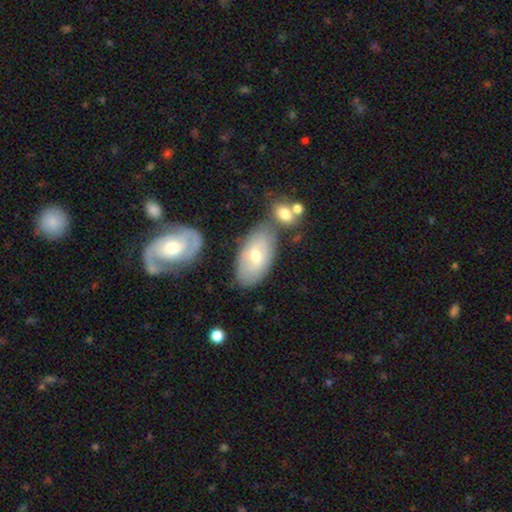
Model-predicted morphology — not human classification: A smooth galaxy with no disk features (54%) that is in between round and cigar-shaped (93%). Merging: none (60%).